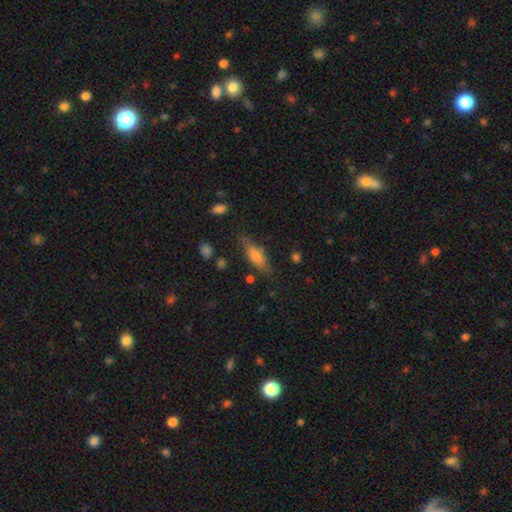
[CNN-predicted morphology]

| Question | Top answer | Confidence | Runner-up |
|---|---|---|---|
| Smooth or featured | smooth | 64% | featured or disk (27%) |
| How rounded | cigar-shaped | 51% | in between (46%) |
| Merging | none | 72% | minor disturbance (19%) |